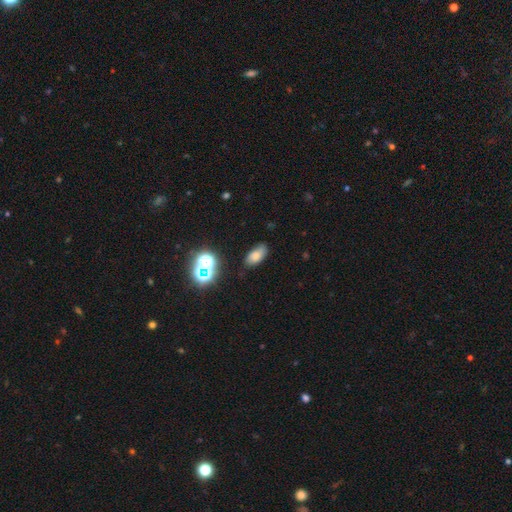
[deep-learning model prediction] smooth-or-featured: smooth: 70% | star or artifact: 17% | featured or disk: 13%
  how-rounded: in between: 90% | round: 6% | cigar-shaped: 4%
  merging: none: 72% | minor disturbance: 20% | major disturbance: 5% | merger: 3%